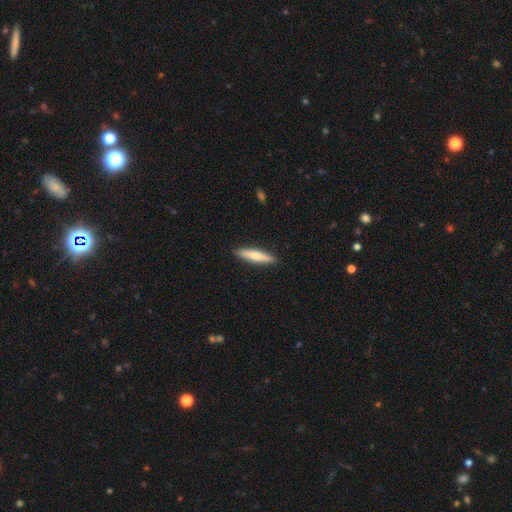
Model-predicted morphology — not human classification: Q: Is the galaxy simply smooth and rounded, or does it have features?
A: smooth — 63%.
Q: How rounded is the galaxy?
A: cigar-shaped — 85%.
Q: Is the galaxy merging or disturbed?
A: none — 91%.